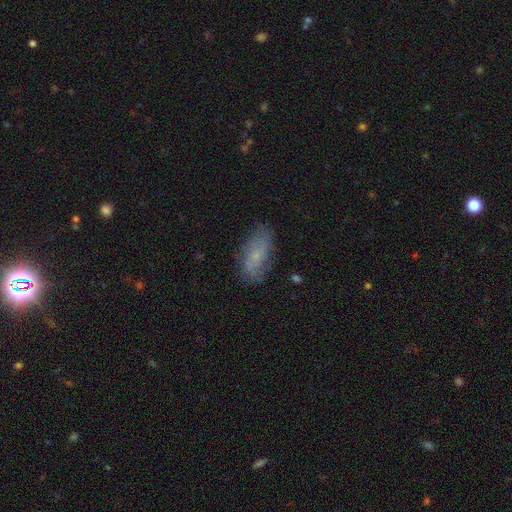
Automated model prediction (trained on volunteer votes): Smooth or featured? Predicted: smooth (p=0.54). How rounded? Predicted: in between (p=0.84). Merging? Predicted: none (p=0.72).